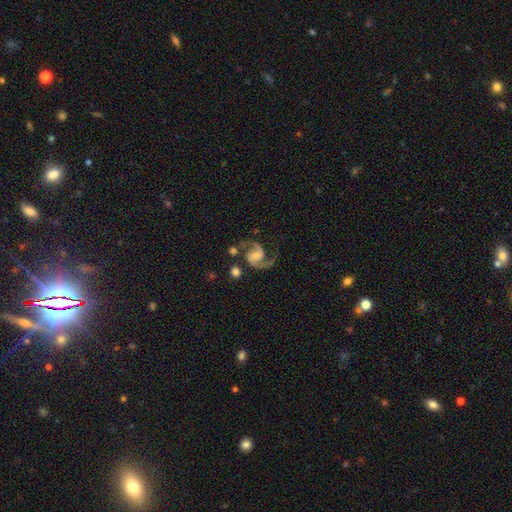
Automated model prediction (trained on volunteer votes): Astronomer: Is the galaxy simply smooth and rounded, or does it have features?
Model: featured or disk — 92%.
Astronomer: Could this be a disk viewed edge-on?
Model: no — 98%.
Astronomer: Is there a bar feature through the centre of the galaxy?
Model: no — 50% (runner-up: weak, 38%).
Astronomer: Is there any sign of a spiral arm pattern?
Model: yes — 98%.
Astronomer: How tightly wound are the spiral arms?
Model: medium — 61%.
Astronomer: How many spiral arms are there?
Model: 2 — 94%.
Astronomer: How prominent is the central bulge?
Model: small — 46% (runner-up: moderate, 34%).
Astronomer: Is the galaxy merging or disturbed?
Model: none — 69%.